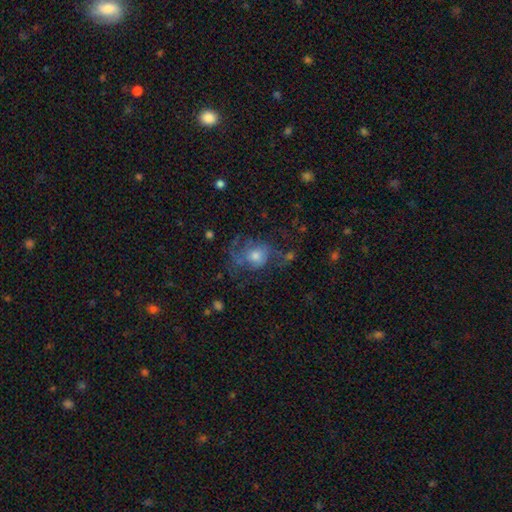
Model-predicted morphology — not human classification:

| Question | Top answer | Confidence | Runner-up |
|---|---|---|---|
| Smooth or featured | featured or disk | 54% | smooth (33%) |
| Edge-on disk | no | 96% | yes (4%) |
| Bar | no | 78% | weak (19%) |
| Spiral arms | yes | 74% | no (26%) |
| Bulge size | moderate | 56% | small (26%) |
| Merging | none | 49% | major disturbance (28%) |